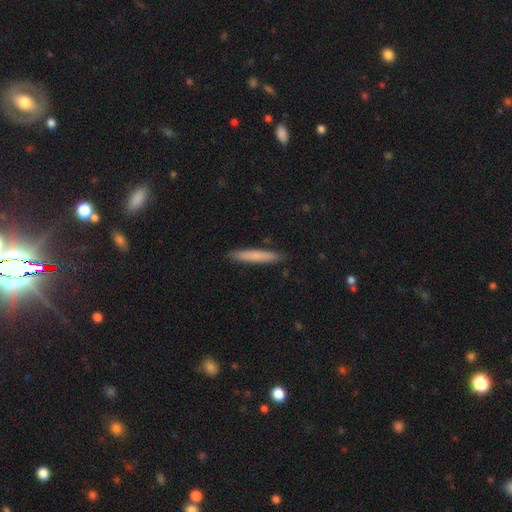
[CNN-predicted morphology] type=smooth (75%); roundness=cigar-shaped (94%); merging=none (89%).